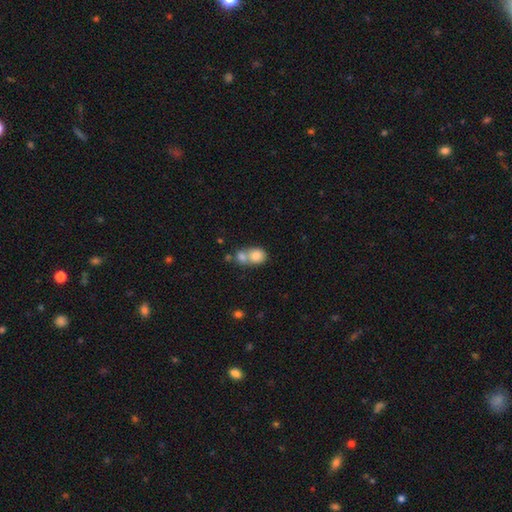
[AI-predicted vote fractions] Smooth or featured?
  - smooth: 78% *
  - featured or disk: 14%
  - star or artifact: 9%
How rounded?
  - round: 65% *
  - in between: 34%
  - cigar-shaped: 1%
Merging?
  - merger: 65% *
  - none: 26%
  - minor disturbance: 6%
  - major disturbance: 3%